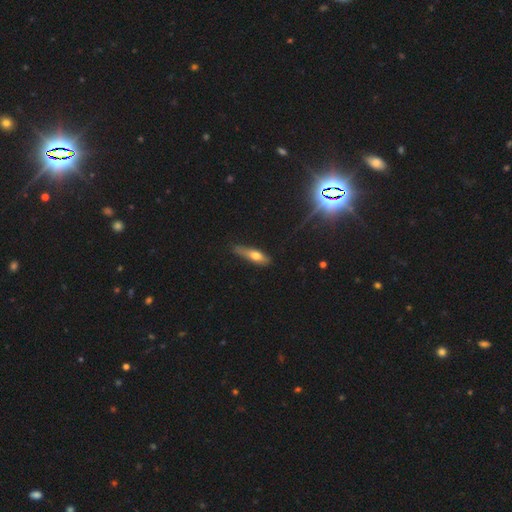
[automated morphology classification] Smooth or featured? Predicted: smooth (p=0.59). How rounded? Predicted: cigar-shaped (p=0.65). Merging? Predicted: none (p=0.64).